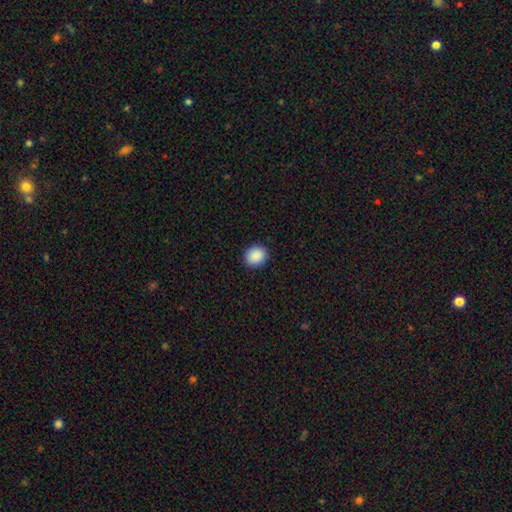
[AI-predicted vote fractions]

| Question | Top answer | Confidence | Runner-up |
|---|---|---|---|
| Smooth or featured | smooth | 90% | star or artifact (8%) |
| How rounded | round | 67% | in between (32%) |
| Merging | none | 90% | minor disturbance (7%) |